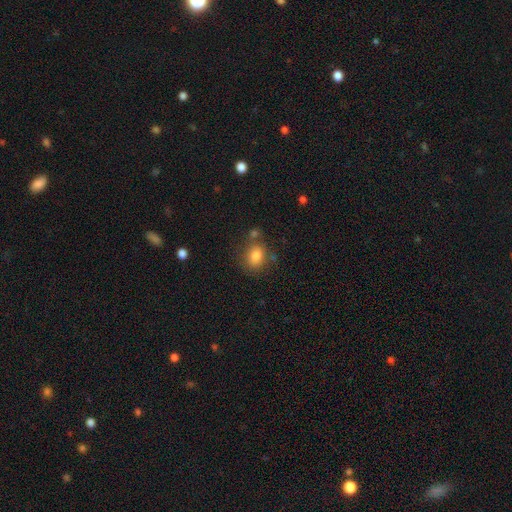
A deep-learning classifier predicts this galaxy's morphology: A smooth galaxy with no disk features (83%) that is in between round and cigar-shaped (51%). Merging: none (69%).